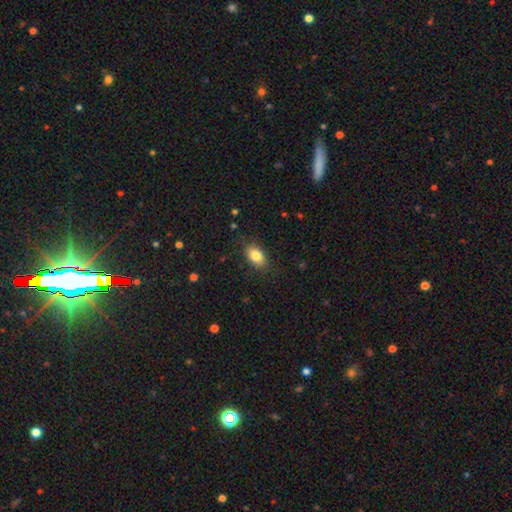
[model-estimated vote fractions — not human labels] This is clearly a smooth galaxy (83%). How rounded: clearly in between (87%). Merging: clearly none (84%).